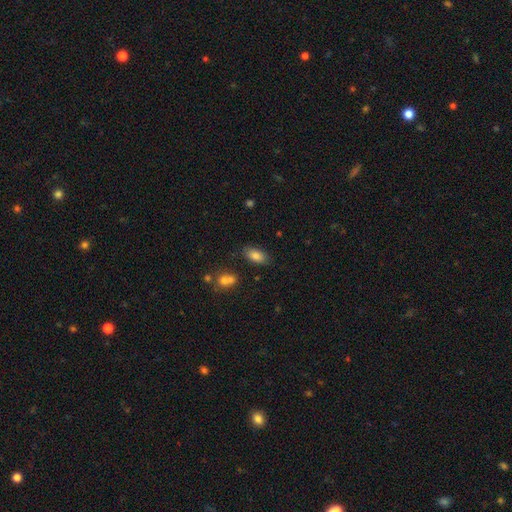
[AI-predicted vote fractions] smooth-or-featured: smooth: 82% | star or artifact: 9% | featured or disk: 9%
  how-rounded: in between: 90% | round: 5% | cigar-shaped: 5%
  merging: none: 80% | minor disturbance: 12% | merger: 5% | major disturbance: 3%